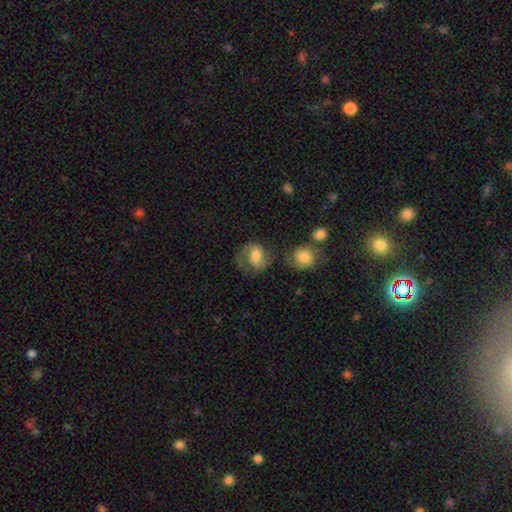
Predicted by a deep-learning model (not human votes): The model was most divided on "bar": weak: 47%, no: 34%, strong: 20%. Remaining: edge-on disk — no (97%); spiral arms — yes (89%); spiral arm count — 2 (86%); smooth or featured — featured or disk (63%); merging — none (57%); spiral winding — medium (55%); bulge size — moderate (44%).